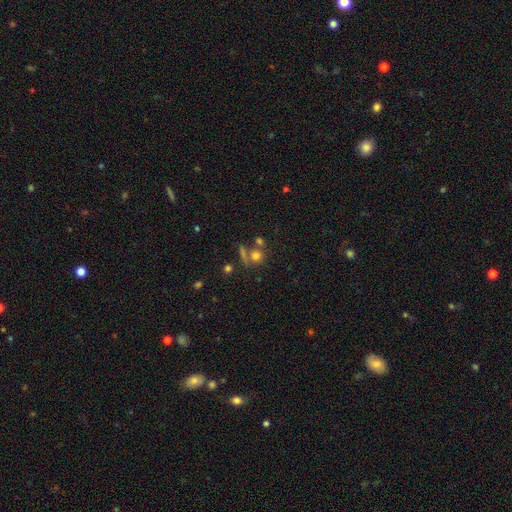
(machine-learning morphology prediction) This is likely a smooth galaxy (70%). How rounded: clearly round (85%). Merging: possibly none (54%).